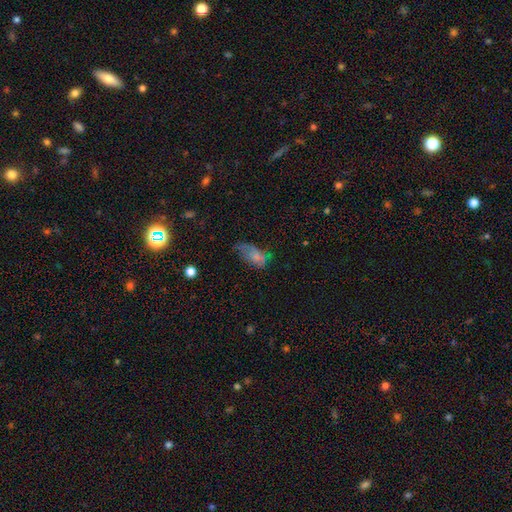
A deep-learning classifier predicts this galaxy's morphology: Overall: smooth (59%; featured or disk 25%). How rounded: in between (87%). Merging: none (33%, tied with minor disturbance).